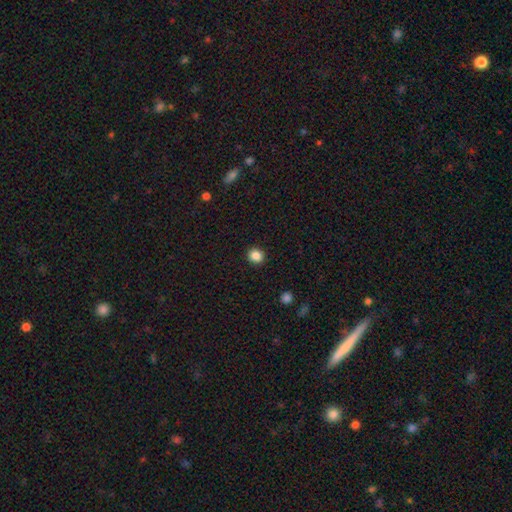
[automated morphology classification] smooth-or-featured: smooth: 86% | star or artifact: 11% | featured or disk: 3%
  how-rounded: round: 85% | in between: 14% | cigar-shaped: 1%
  merging: none: 92% | minor disturbance: 5% | major disturbance: 2% | merger: 1%